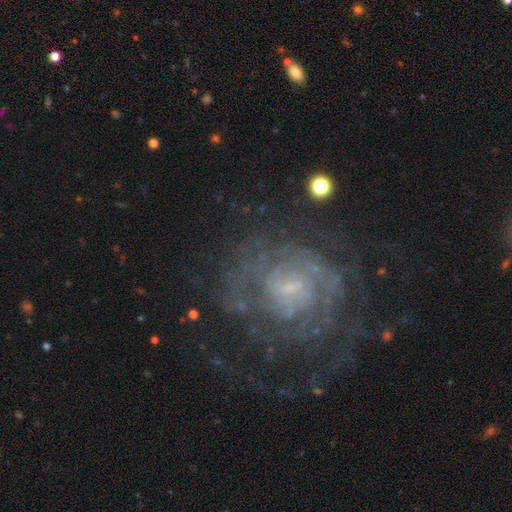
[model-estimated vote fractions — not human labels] Smooth or featured: featured or disk — 79% (smooth — 11%)
Edge-on disk: no — 98% (yes — 2%)
Bar: no — 50% (weak — 41%)
Spiral arms: yes — 85% (no — 15%)
Spiral winding: tight — 62% (medium — 28%)
Spiral arm count: can't tell — 49% (2 — 18%)
Bulge size: small — 70% (moderate — 15%)
Merging: none — 67% (major disturbance — 16%)